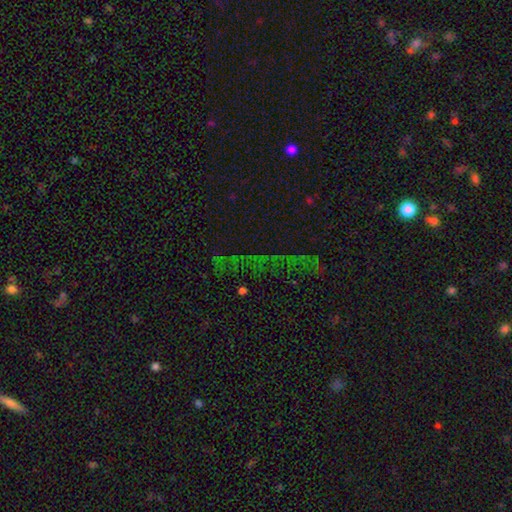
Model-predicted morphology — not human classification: Smooth or featured: star or artifact — 74% (smooth — 15%)